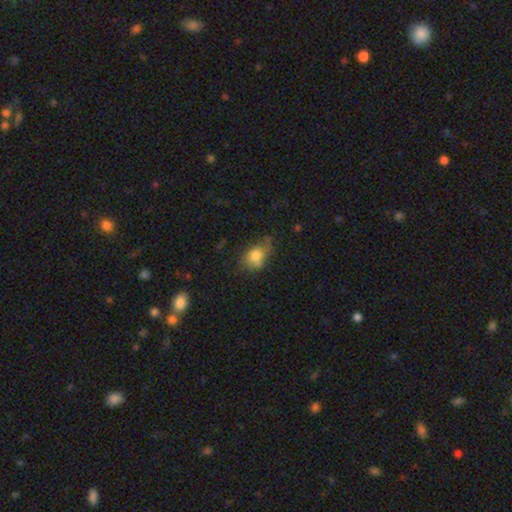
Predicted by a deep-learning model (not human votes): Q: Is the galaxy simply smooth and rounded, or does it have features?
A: smooth — 74%.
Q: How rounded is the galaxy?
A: in between — 71%.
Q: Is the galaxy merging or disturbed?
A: none — 48%.